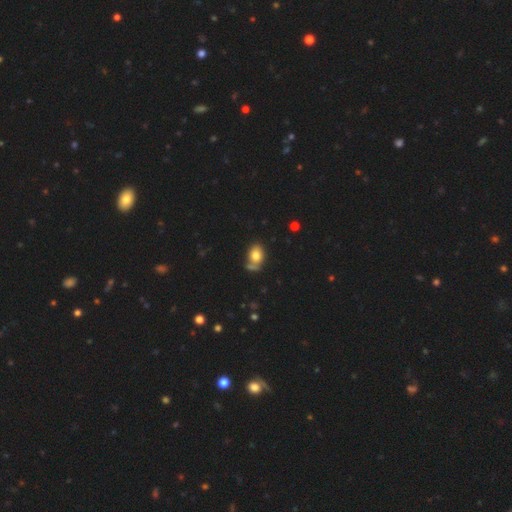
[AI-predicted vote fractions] Morphology: type=smooth (79%); roundness=in between (69%); merging=none (55%).